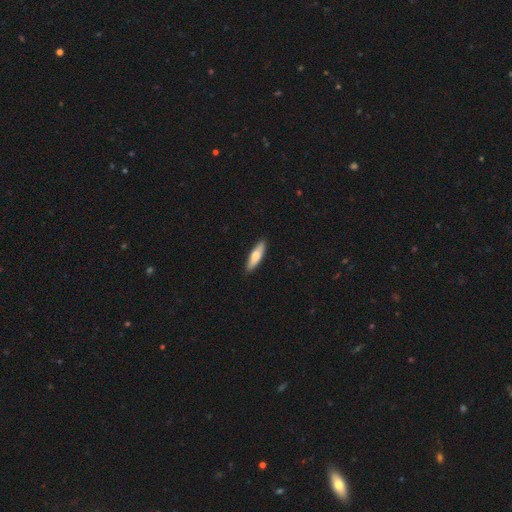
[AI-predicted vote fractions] This is likely a smooth galaxy (66%). How rounded: likely cigar-shaped (65%). Merging: clearly none (89%).